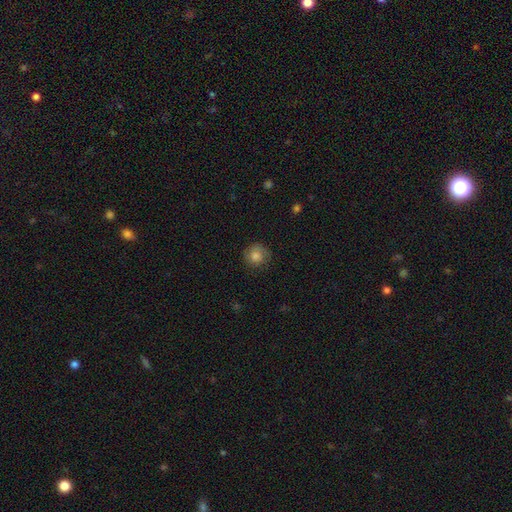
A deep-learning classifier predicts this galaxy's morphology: This appears to be a smooth galaxy with no disk features (78%) that is round (89%). Merging: none (78%).